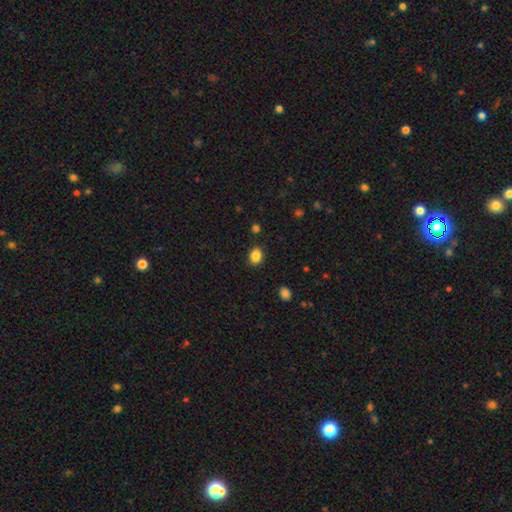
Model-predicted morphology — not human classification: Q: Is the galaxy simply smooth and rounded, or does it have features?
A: smooth — 86%.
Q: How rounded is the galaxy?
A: in between — 50%.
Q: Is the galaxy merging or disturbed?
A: none — 87%.